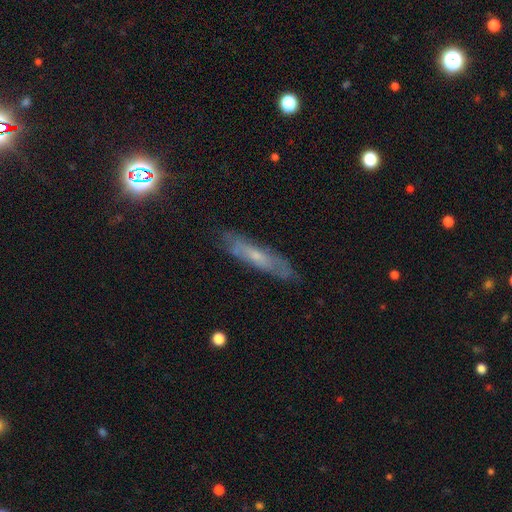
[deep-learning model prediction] Q: Smooth or featured?
A: featured or disk (54%); runner-up: smooth (37%)
Q: Edge-on disk?
A: yes (54%); runner-up: no (46%)
Q: Merging?
A: none (79%); runner-up: minor disturbance (16%)